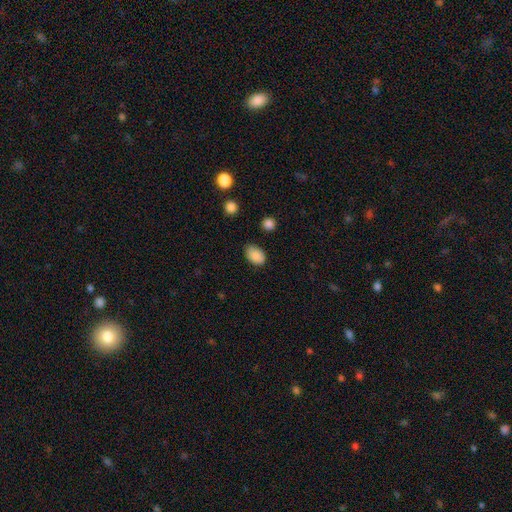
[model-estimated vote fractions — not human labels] Morphology: type=smooth (87%); roundness=in between (86%); merging=none (79%).